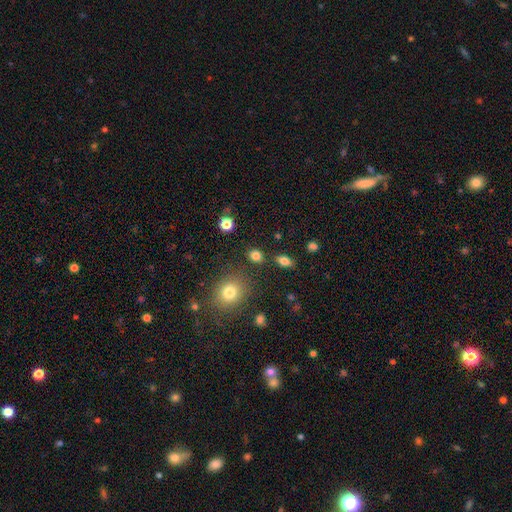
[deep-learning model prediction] A smooth galaxy with no disk features (82%) that is in between round and cigar-shaped (52%). Merging: none (82%).